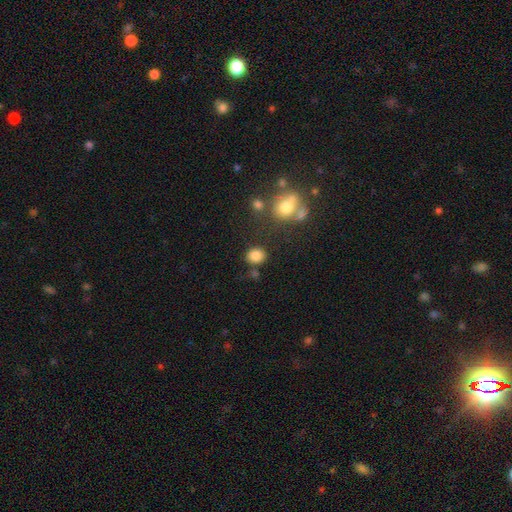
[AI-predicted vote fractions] smooth-or-featured: smooth: 84% | star or artifact: 11% | featured or disk: 6%
  how-rounded: round: 62% | in between: 37% | cigar-shaped: 1%
  merging: none: 76% | minor disturbance: 12% | merger: 7% | major disturbance: 4%